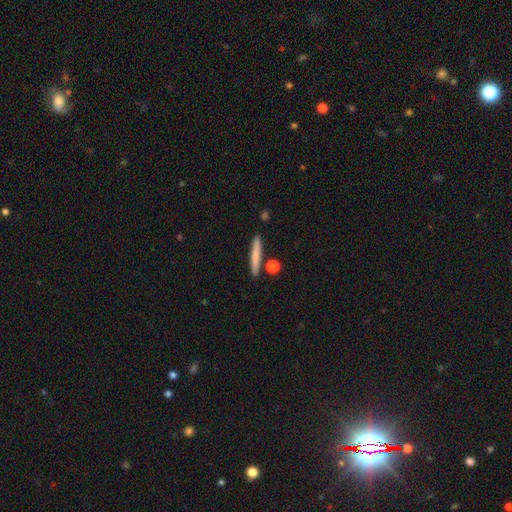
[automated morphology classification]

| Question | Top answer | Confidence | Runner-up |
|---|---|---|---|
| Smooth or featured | smooth | 71% | featured or disk (22%) |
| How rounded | cigar-shaped | 94% | in between (4%) |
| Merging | none | 85% | minor disturbance (8%) |